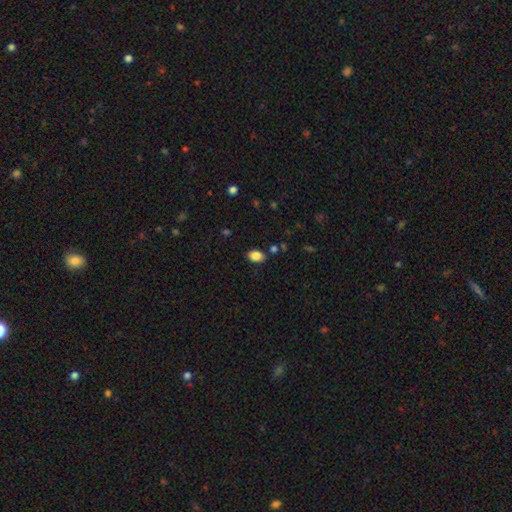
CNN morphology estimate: Smooth or featured: smooth — 86% (star or artifact — 9%)
How rounded: in between — 83% (round — 16%)
Merging: none — 84% (minor disturbance — 11%)